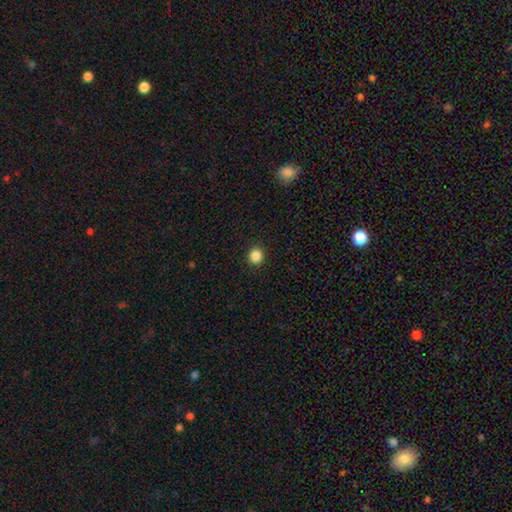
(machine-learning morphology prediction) The model was most divided on "how rounded": round: 84%, in between: 15%, cigar-shaped: 1%. More confident: merging — none (91%); smooth or featured — smooth (86%).